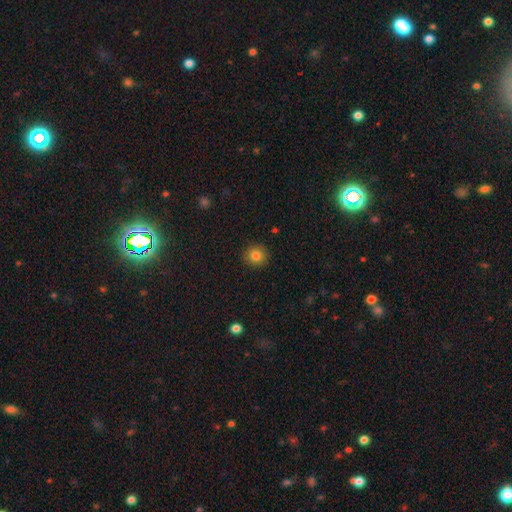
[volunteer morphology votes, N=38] Overall: smooth (82%). How rounded: round (97%). Merging: none (94%).